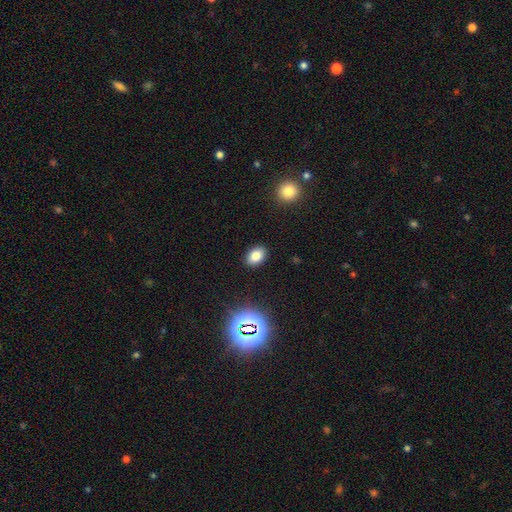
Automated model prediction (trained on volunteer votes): Q: Smooth or featured?
A: smooth (80%); runner-up: star or artifact (13%)
Q: How rounded?
A: in between (80%); runner-up: round (19%)
Q: Merging?
A: none (89%); runner-up: minor disturbance (7%)